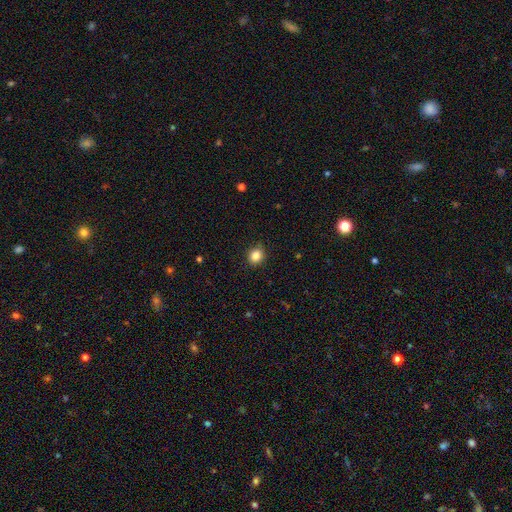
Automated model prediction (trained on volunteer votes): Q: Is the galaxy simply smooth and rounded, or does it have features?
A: smooth — 84%.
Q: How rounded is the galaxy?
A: round — 82%.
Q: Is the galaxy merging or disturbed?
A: none — 85%.